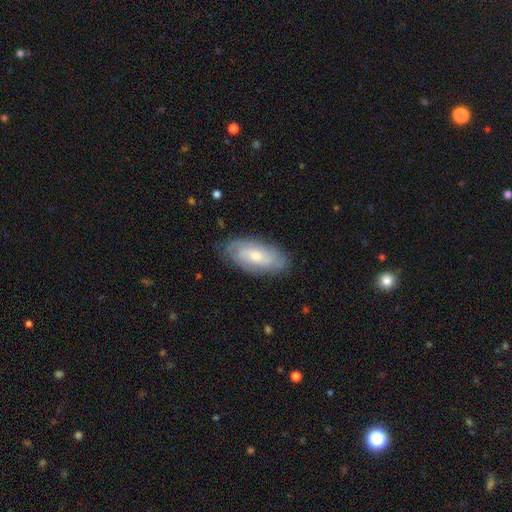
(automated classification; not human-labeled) The model was most divided on "bulge size": small: 50%, moderate: 45%, large: 3%, none: 2%, dominant: 1%. More confident: edge-on disk — no (89%); spiral arms — yes (84%); merging — none (79%); bar — no (62%); smooth or featured — featured or disk (61%).